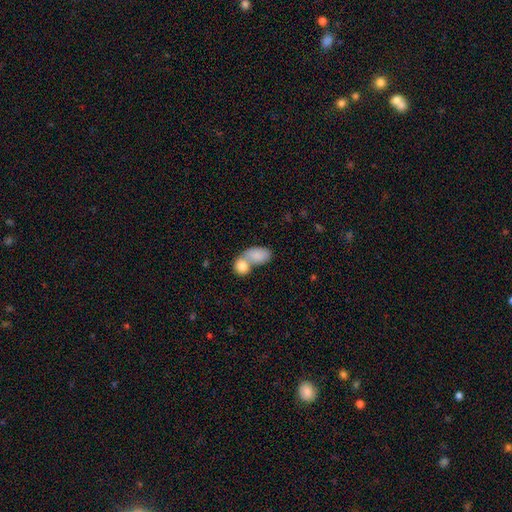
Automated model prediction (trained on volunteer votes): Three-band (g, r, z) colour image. It shows a smooth galaxy with no disk features (83%) that is in between round and cigar-shaped (81%). Merging: merger (68%).